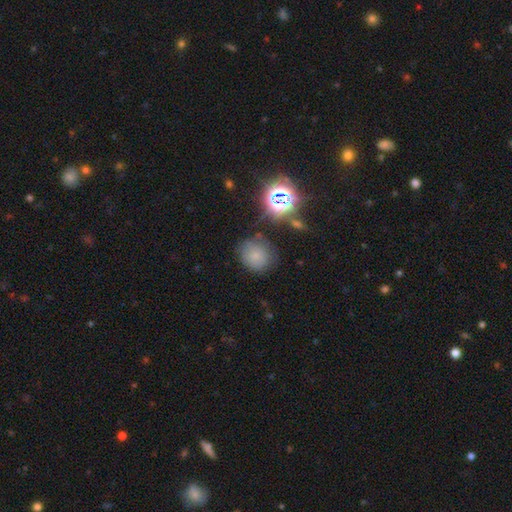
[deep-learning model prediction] This is likely a smooth galaxy (67%). How rounded: clearly round (81%). Merging: likely none (71%).